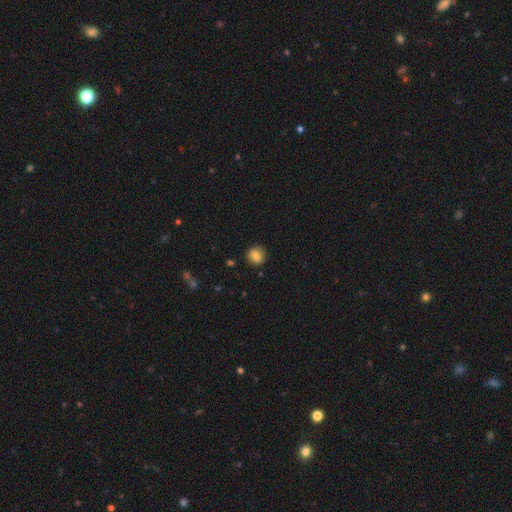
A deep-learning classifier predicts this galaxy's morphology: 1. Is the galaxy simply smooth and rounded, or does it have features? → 81% smooth, 10% star or artifact, 9% featured or disk.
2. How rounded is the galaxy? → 89% round, 10% in between, 1% cigar-shaped.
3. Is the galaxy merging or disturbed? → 89% none, 7% minor disturbance, 2% major disturbance, 1% merger.